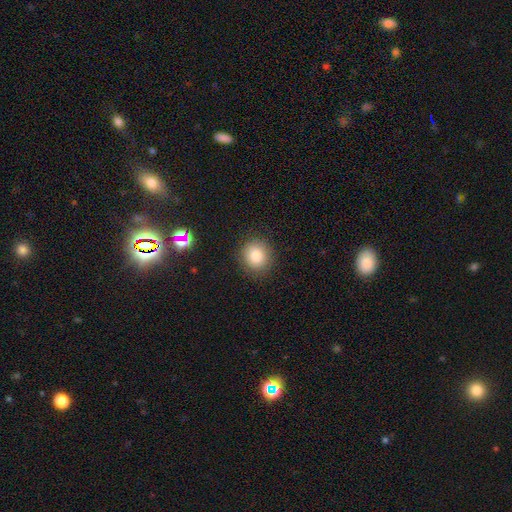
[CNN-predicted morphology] Smooth or featured?
  - smooth: 83% *
  - star or artifact: 10%
  - featured or disk: 7%
How rounded?
  - round: 86% *
  - in between: 13%
  - cigar-shaped: 1%
Merging?
  - none: 88% *
  - minor disturbance: 8%
  - major disturbance: 3%
  - merger: 1%